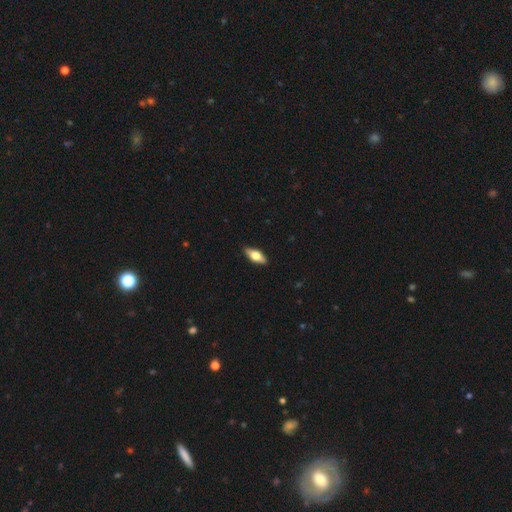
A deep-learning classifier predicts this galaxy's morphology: This appears to be a smooth galaxy with no disk features (60%) that is in between round and cigar-shaped (76%). Merging: none (89%).